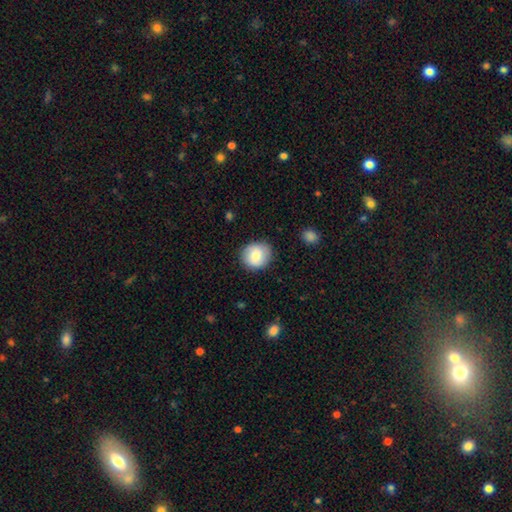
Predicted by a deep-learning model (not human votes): Smooth or featured?
  - smooth: 81% *
  - featured or disk: 12%
  - star or artifact: 7%
How rounded?
  - round: 82% *
  - in between: 17%
  - cigar-shaped: 1%
Merging?
  - none: 85% *
  - minor disturbance: 12%
  - major disturbance: 3%
  - merger: 1%